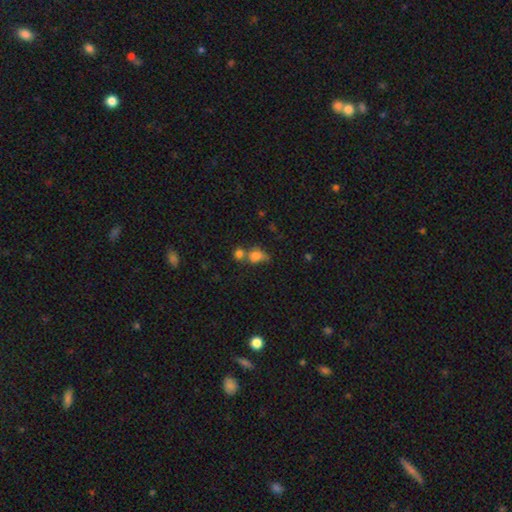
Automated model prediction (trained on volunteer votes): Smooth or featured?
  - smooth: 75% *
  - star or artifact: 13%
  - featured or disk: 12%
How rounded?
  - in between: 52% *
  - round: 46%
  - cigar-shaped: 3%
Merging?
  - merger: 42% *
  - none: 30%
  - minor disturbance: 16%
  - major disturbance: 12%